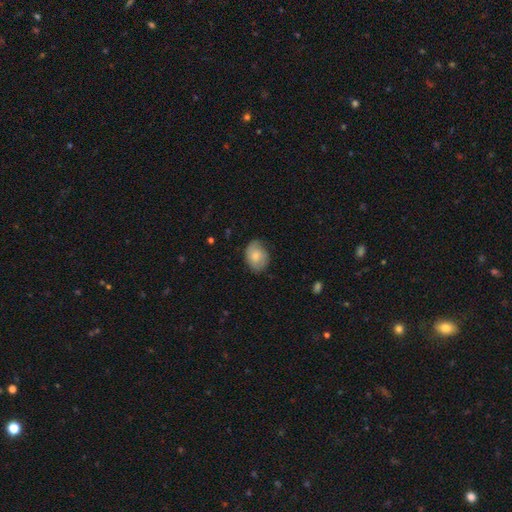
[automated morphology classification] type=smooth (64%); roundness=in between (64%); merging=none (70%).